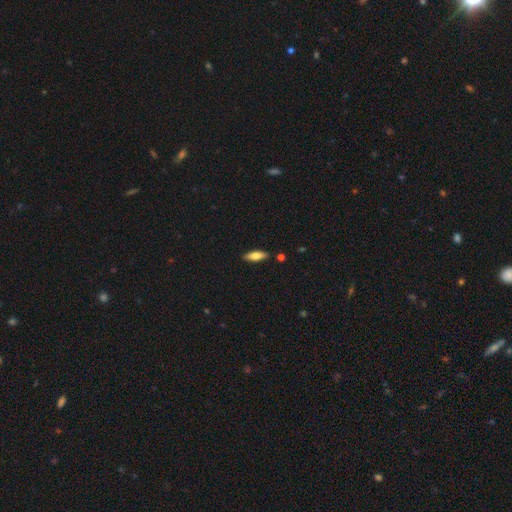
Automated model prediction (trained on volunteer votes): A smooth galaxy with no disk features (72%) that is in between round and cigar-shaped (56%). Merging: none (87%).